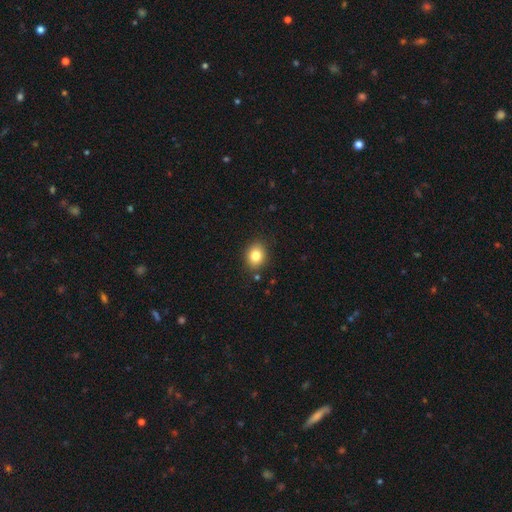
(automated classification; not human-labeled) smooth-or-featured: smooth: 82% | star or artifact: 10% | featured or disk: 8%
  how-rounded: round: 56% | in between: 44% | cigar-shaped: 1%
  merging: none: 87% | minor disturbance: 9% | major disturbance: 2% | merger: 2%